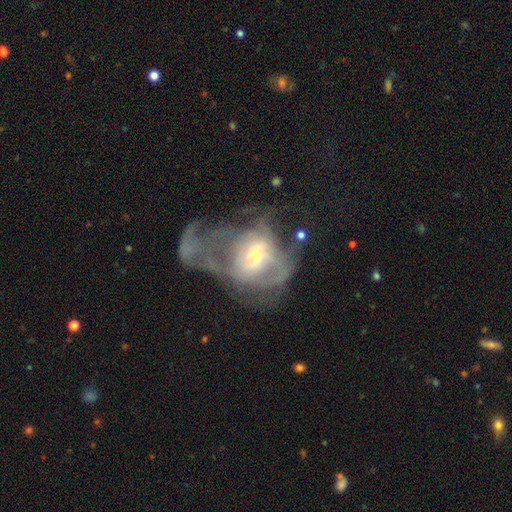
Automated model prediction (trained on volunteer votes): Morphology: type=featured or disk (64%); edge-on=no (96%); bar=no (64%); spiral arms=no (53%); bulge=small (50%); merging=major disturbance (51%).